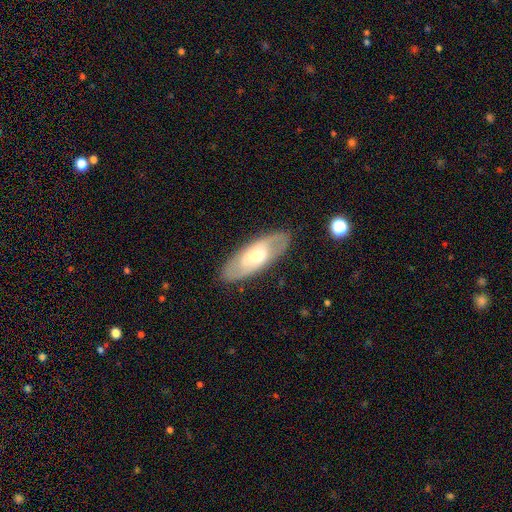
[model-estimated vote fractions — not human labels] smooth-or-featured: featured or disk: 57% | smooth: 37% | star or artifact: 6%
  disk-edge-on: no: 81% | yes: 19%
  merging: none: 85% | minor disturbance: 10% | major disturbance: 3% | merger: 1%